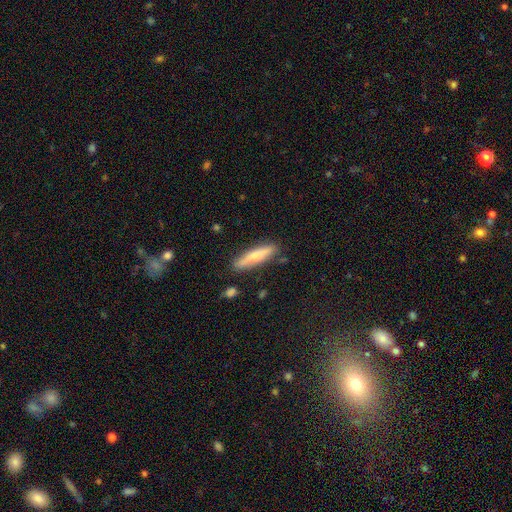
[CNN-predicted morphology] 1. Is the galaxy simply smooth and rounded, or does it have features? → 58% smooth, 36% featured or disk, 6% star or artifact.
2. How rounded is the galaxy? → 82% cigar-shaped, 17% in between, 2% round.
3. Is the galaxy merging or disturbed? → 83% none, 12% minor disturbance, 3% merger, 2% major disturbance.